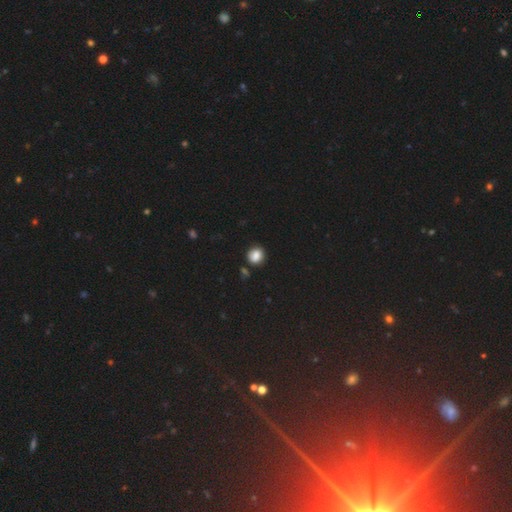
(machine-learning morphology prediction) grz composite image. It shows a smooth galaxy with no disk features (85%) that is round (70%). Merging: none (79%).